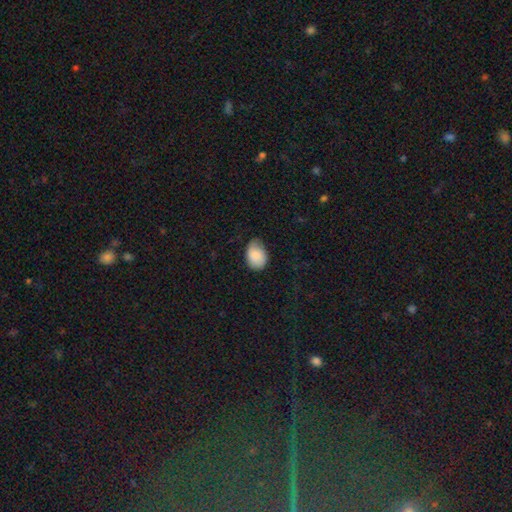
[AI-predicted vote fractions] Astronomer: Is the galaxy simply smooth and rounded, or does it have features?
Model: smooth — 85%.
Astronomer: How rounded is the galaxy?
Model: in between — 76%.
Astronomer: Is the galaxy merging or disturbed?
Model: none — 53% (runner-up: minor disturbance, 38%).